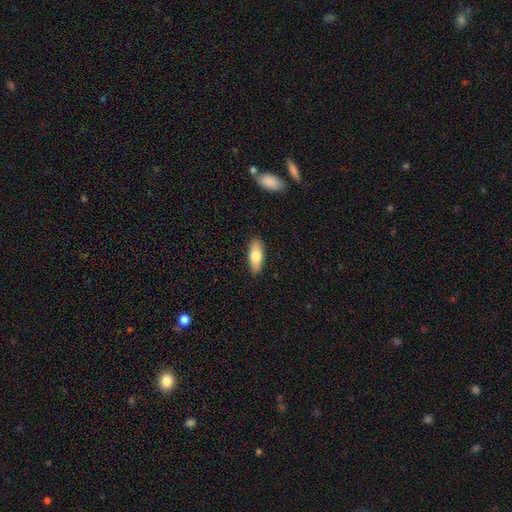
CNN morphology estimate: Smooth or featured? Predicted: smooth (p=0.76). How rounded? Predicted: in between (p=0.72). Merging? Predicted: none (p=0.88).